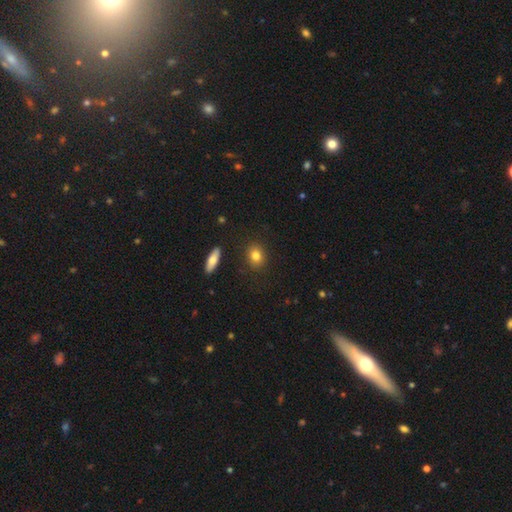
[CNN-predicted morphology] Overall: smooth (82%). How rounded: round (50%; in between 47%). Merging: none (88%).